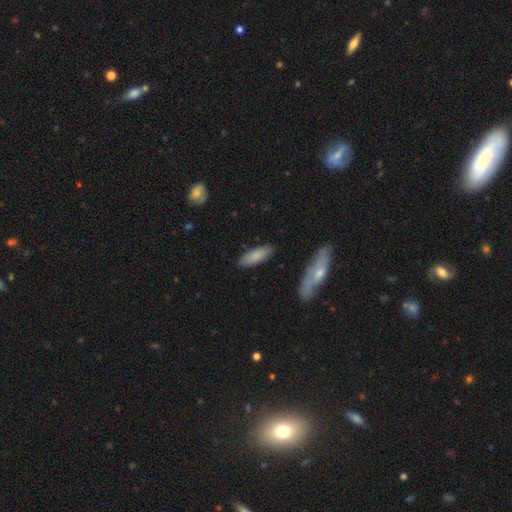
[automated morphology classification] This appears to be a smooth galaxy with no disk features (81%) that is in between round and cigar-shaped (64%). Merging: none (84%).